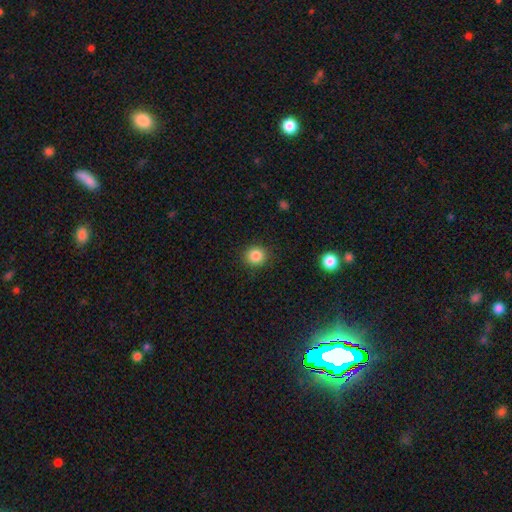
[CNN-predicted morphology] Smooth or featured: smooth — 86% (star or artifact — 10%)
How rounded: round — 90% (in between — 9%)
Merging: none — 90% (minor disturbance — 6%)